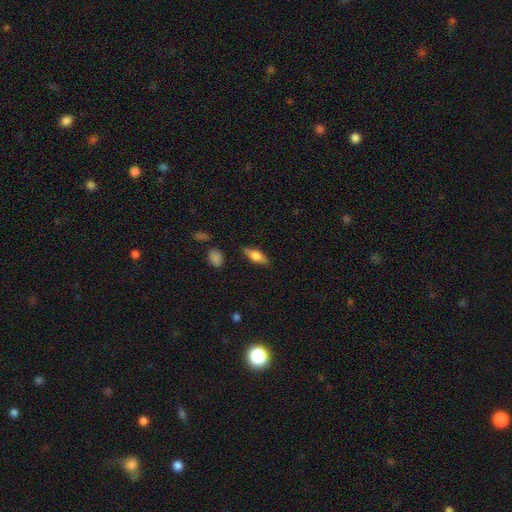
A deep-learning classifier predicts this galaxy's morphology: smooth_or_featured: smooth (p=0.59) [alt: featured or disk p=0.33]
how_rounded: in between (p=0.69) [alt: cigar-shaped p=0.27]
merging: none (p=0.84) [alt: minor disturbance p=0.12]